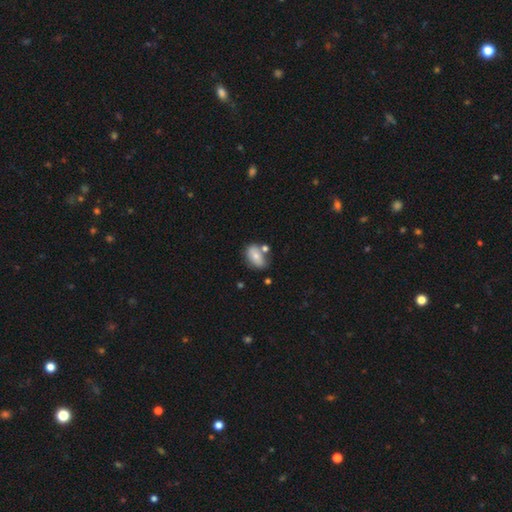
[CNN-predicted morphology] This is likely a smooth galaxy (71%). How rounded: clearly in between (87%). Merging: possibly none (56%).